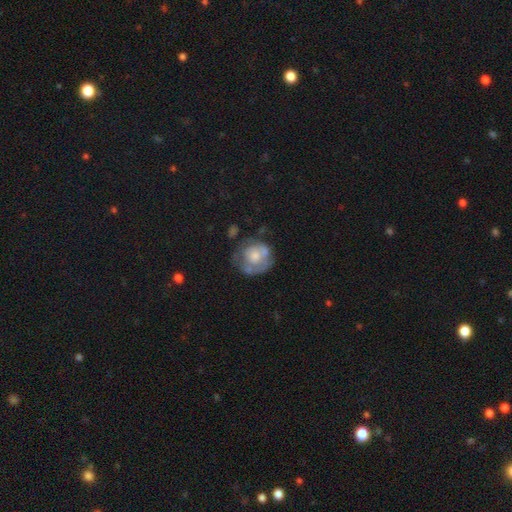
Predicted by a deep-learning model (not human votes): Smooth or featured: featured or disk — 48% (smooth — 45%)
Merging: none — 49% (minor disturbance — 26%)